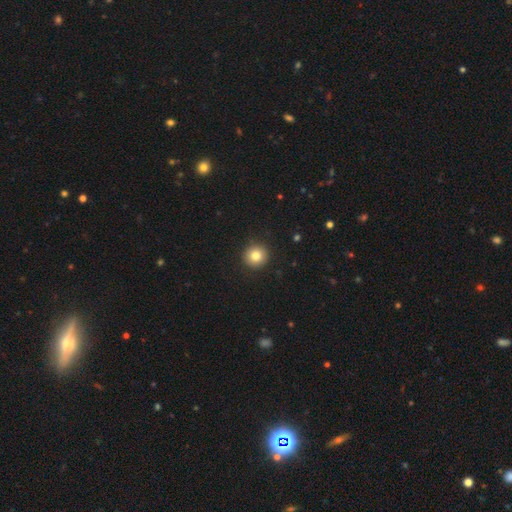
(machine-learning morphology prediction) A smooth galaxy with no disk features (82%) that is round (94%).

Vote fractions:
- Smooth or featured? smooth: 82% / star or artifact: 10% / featured or disk: 8%
- How rounded? round: 94% / in between: 5% / cigar-shaped: 1%
- Merging? none: 92% / minor disturbance: 5% / major disturbance: 2% / merger: 1%